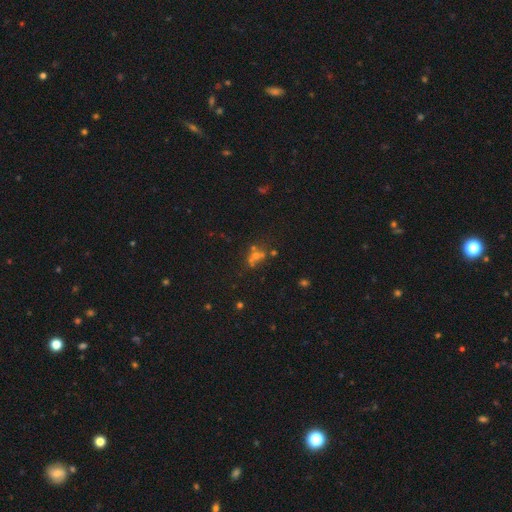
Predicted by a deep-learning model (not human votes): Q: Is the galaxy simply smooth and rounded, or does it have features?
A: smooth — 39%.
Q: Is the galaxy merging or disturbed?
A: none — 43%.